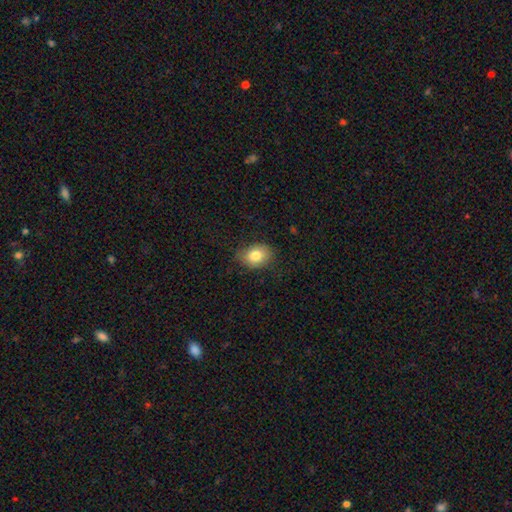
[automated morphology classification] smooth 81%, featured or disk 10%, star or artifact 9%. Down the decision tree: how rounded — in between (63%); merging — none (79%).